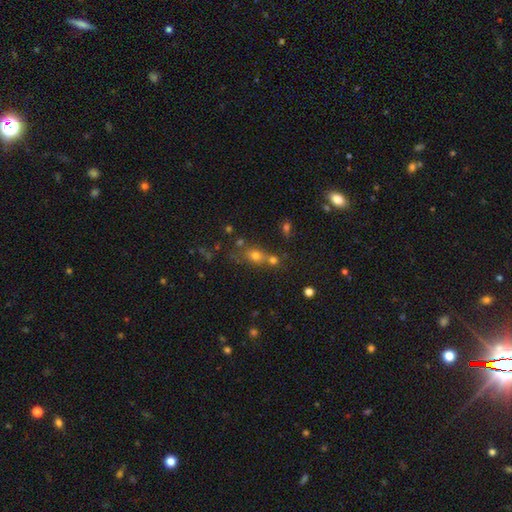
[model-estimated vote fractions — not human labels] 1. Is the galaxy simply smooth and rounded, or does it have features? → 66% smooth, 21% star or artifact, 14% featured or disk.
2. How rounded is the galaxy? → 55% round, 40% in between, 4% cigar-shaped.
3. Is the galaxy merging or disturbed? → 45% none, 38% merger, 11% minor disturbance, 6% major disturbance.